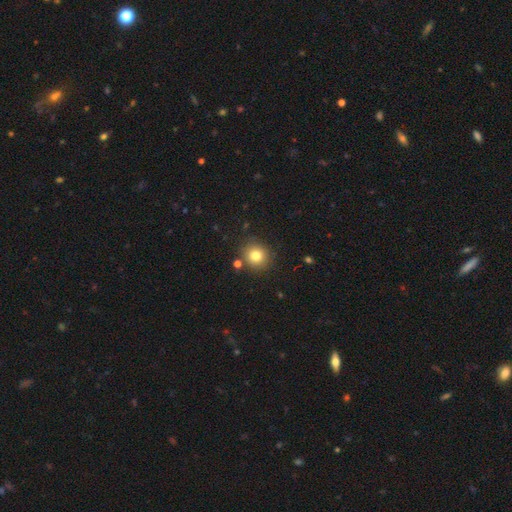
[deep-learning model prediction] Q: Smooth or featured?
A: smooth (80%); runner-up: star or artifact (12%)
Q: How rounded?
A: round (87%); runner-up: in between (12%)
Q: Merging?
A: none (83%); runner-up: minor disturbance (9%)